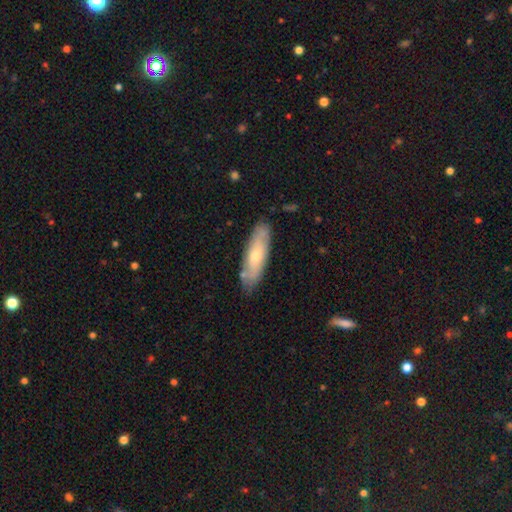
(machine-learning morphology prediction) smooth 51%, featured or disk 43%, star or artifact 6%. Down the decision tree: how rounded — cigar-shaped (54%); merging — none (80%).